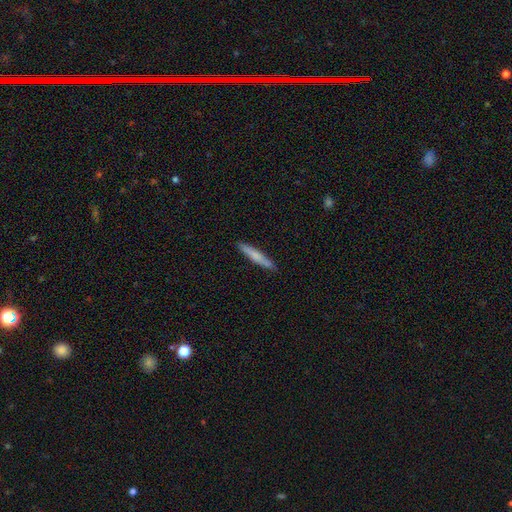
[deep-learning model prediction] A smooth galaxy with no disk features (71%) that is cigar-shaped (94%). Merging: none (89%).